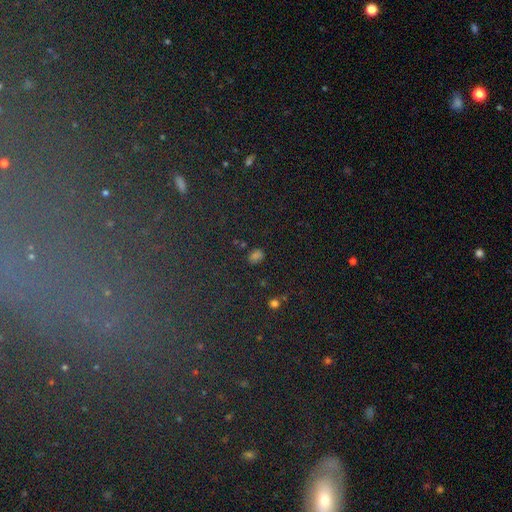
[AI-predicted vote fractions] smooth 60%, star or artifact 34%, featured or disk 7%. Down the decision tree: how rounded — in between (66%); merging — none (81%).